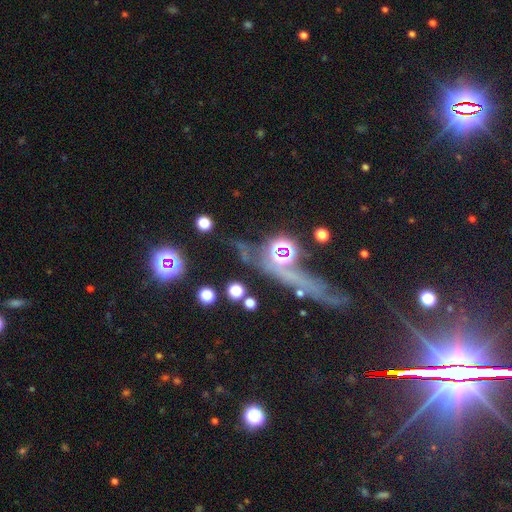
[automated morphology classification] star or artifact 55%, featured or disk 27%, smooth 18%.